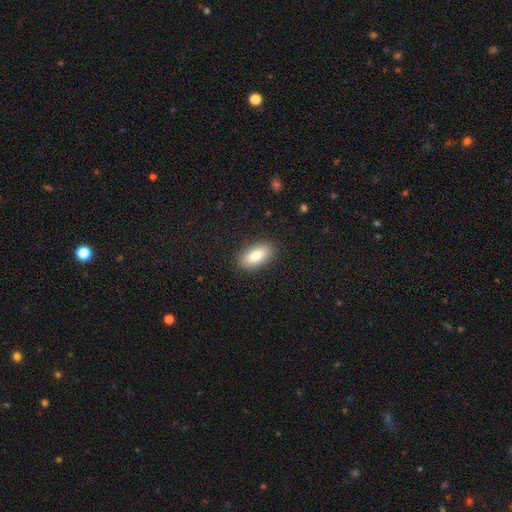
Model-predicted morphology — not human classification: Smooth or featured?
  - smooth: 83% *
  - featured or disk: 10%
  - star or artifact: 7%
How rounded?
  - in between: 90% *
  - cigar-shaped: 6%
  - round: 4%
Merging?
  - none: 88% *
  - minor disturbance: 9%
  - major disturbance: 2%
  - merger: 1%